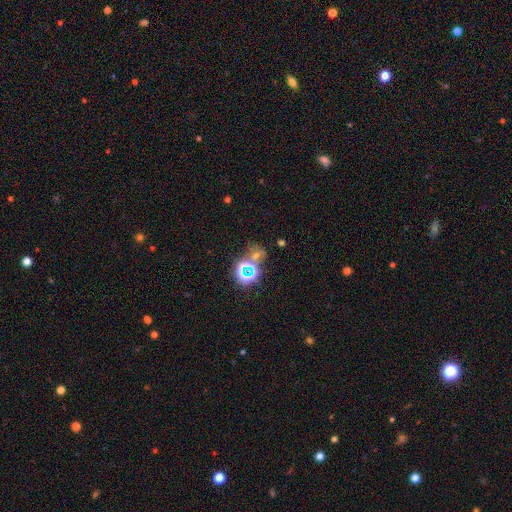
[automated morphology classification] The model was most divided on "smooth or featured": star or artifact: 55%, smooth: 34%, featured or disk: 11%.